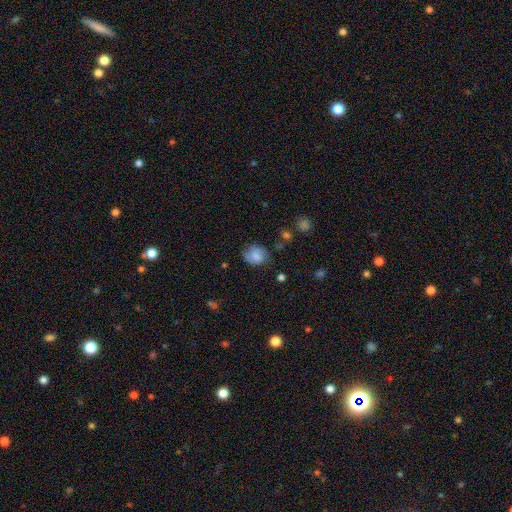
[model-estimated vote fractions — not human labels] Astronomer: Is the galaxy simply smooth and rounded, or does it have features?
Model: smooth — 80%.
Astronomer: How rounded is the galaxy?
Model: round — 70%.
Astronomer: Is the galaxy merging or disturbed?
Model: none — 67%.